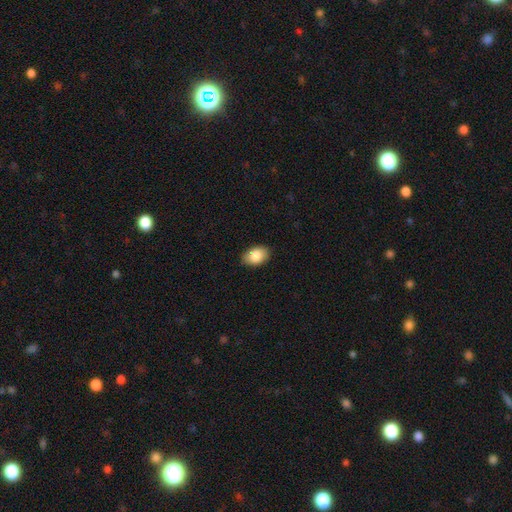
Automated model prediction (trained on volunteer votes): Morphology: type=smooth (87%); roundness=in between (87%); merging=none (87%).